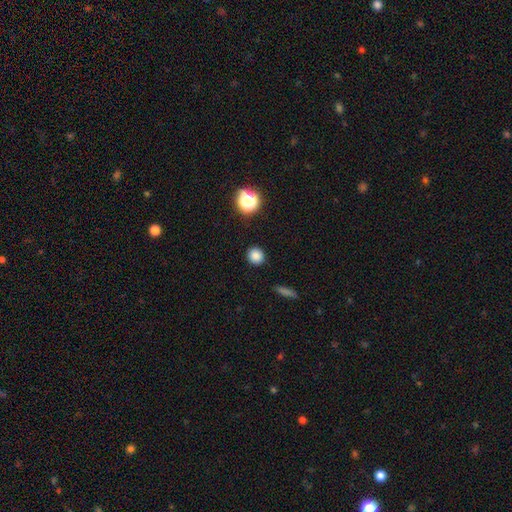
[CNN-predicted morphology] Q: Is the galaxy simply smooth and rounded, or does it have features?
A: smooth — 83%.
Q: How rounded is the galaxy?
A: round — 88%.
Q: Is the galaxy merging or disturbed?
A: none — 90%.